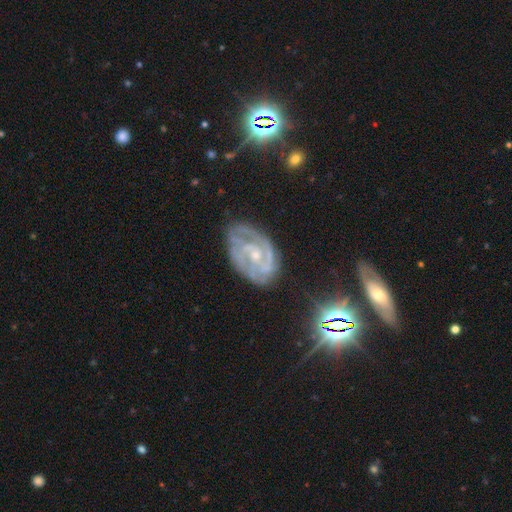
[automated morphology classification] Smooth or featured?
  - featured or disk: 85% *
  - star or artifact: 8%
  - smooth: 7%
Edge-on disk?
  - no: 97% *
  - yes: 3%
Bar?
  - no: 52% *
  - weak: 37%
  - strong: 11%
Spiral arms?
  - yes: 95% *
  - no: 5%
Spiral winding?
  - tight: 60% *
  - medium: 33%
  - loose: 7%
Spiral arm count?
  - 2: 49% *
  - can't tell: 21%
  - 3: 17%
  - 4: 5%
  - 1: 4%
  - more than 4: 4%
Bulge size?
  - small: 71% *
  - moderate: 24%
  - none: 3%
  - large: 1%
  - dominant: 1%
Merging?
  - none: 69% *
  - minor disturbance: 20%
  - major disturbance: 8%
  - merger: 2%